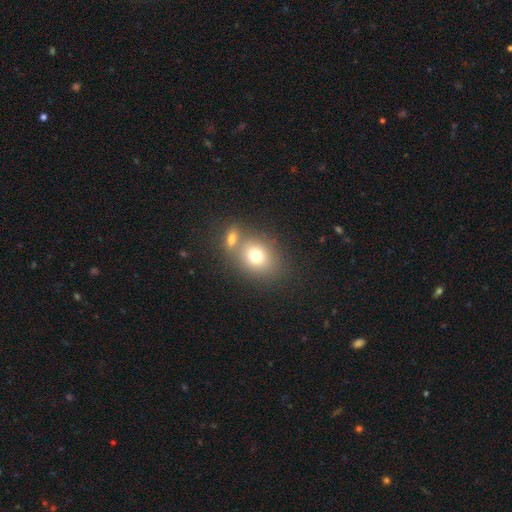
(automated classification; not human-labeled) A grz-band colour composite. It shows a smooth galaxy with no disk features (74%) that is round (53%). Merging: none (51%).